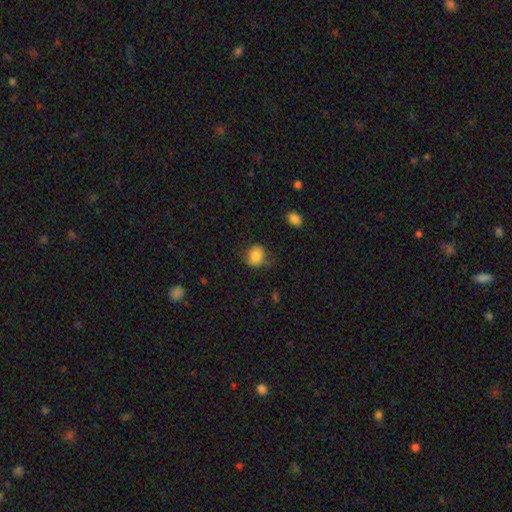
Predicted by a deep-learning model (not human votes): A smooth galaxy with no disk features (84%) that is round (65%).

Vote fractions:
- Smooth or featured? smooth: 84% / star or artifact: 8% / featured or disk: 8%
- How rounded? round: 65% / in between: 34% / cigar-shaped: 1%
- Merging? none: 61% / minor disturbance: 27% / major disturbance: 10% / merger: 2%